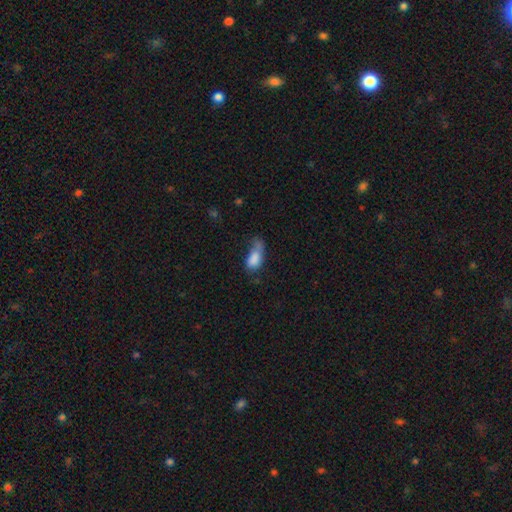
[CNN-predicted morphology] Smooth or featured? smooth (77%)
How rounded? in between (84%)
Merging? major disturbance (35%)